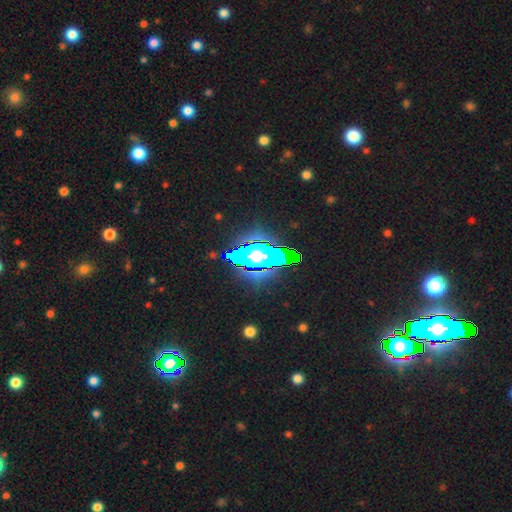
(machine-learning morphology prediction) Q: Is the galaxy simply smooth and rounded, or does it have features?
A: star or artifact — 50%.